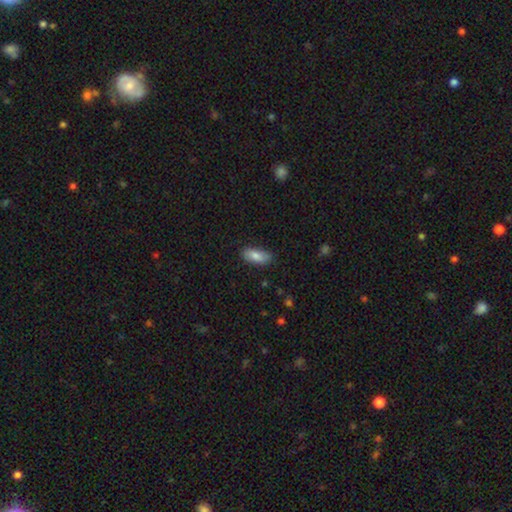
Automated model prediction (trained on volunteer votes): Q: Smooth or featured?
A: smooth (81%); runner-up: featured or disk (13%)
Q: How rounded?
A: in between (86%); runner-up: cigar-shaped (12%)
Q: Merging?
A: none (79%); runner-up: minor disturbance (17%)